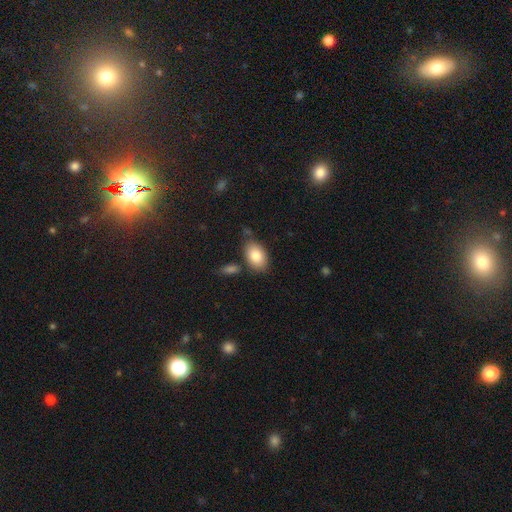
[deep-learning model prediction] Smooth or featured?
  - smooth: 83% *
  - featured or disk: 10%
  - star or artifact: 7%
How rounded?
  - in between: 89% *
  - round: 9%
  - cigar-shaped: 1%
Merging?
  - none: 74% *
  - minor disturbance: 15%
  - merger: 8%
  - major disturbance: 4%